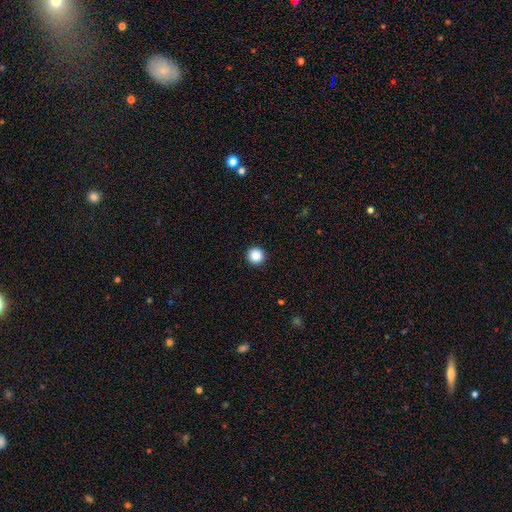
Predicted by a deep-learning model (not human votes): smooth_or_featured: smooth (p=0.88) [alt: star or artifact p=0.09]
how_rounded: round (p=0.95) [alt: in between p=0.04]
merging: none (p=0.94) [alt: minor disturbance p=0.04]